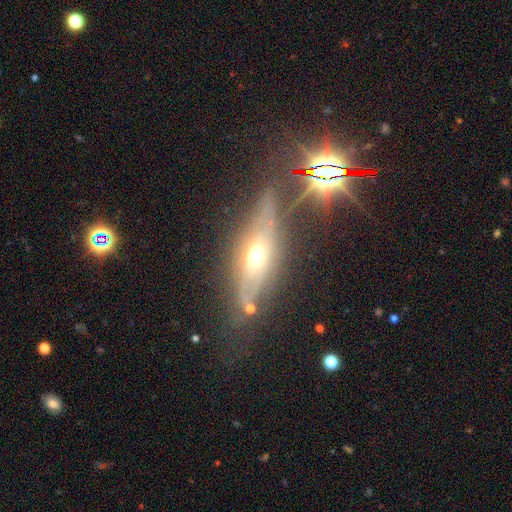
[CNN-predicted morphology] smooth_or_featured: featured or disk (p=0.56) [alt: smooth p=0.26]
disk_edge_on: yes (p=0.64) [alt: no p=0.36]
merging: none (p=0.68) [alt: minor disturbance p=0.19]